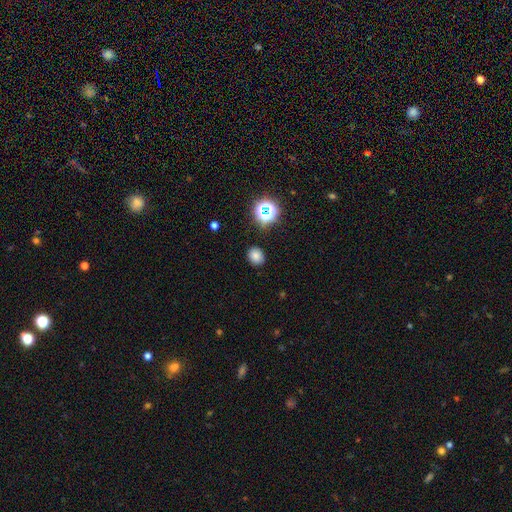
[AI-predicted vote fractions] Q: Smooth or featured?
A: smooth (77%); runner-up: star or artifact (17%)
Q: How rounded?
A: round (61%); runner-up: in between (38%)
Q: Merging?
A: none (87%); runner-up: minor disturbance (9%)